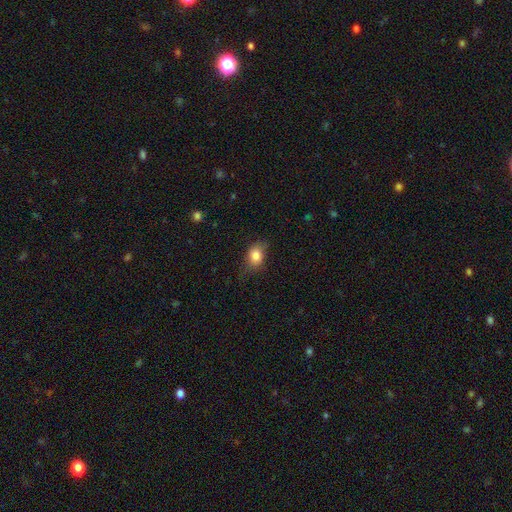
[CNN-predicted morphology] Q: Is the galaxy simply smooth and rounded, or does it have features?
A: smooth — 81%.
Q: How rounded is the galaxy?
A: in between — 61%.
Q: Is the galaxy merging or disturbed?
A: none — 65%.